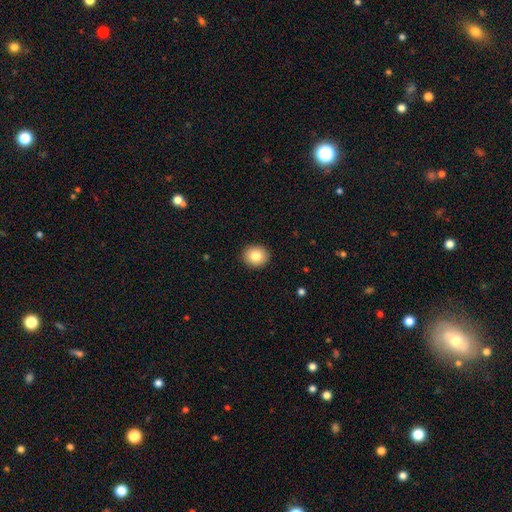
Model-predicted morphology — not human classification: Q: Smooth or featured?
A: smooth (81%); runner-up: featured or disk (10%)
Q: How rounded?
A: round (83%); runner-up: in between (16%)
Q: Merging?
A: none (92%); runner-up: minor disturbance (5%)